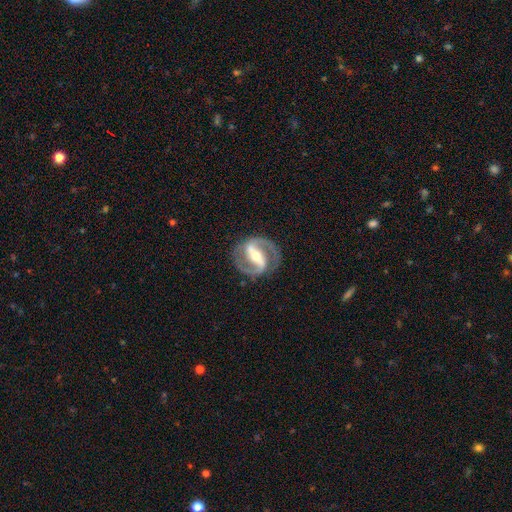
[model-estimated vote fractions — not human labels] smooth_or_featured: featured or disk (p=0.91) [alt: smooth p=0.05]
disk_edge_on: no (p=0.97) [alt: yes p=0.03]
bar: strong (p=0.72) [alt: weak p=0.20]
has_spiral_arms: yes (p=0.96) [alt: no p=0.04]
spiral_winding: medium (p=0.58) [alt: tight p=0.28]
spiral_arm_count: 2 (p=0.93) [alt: can't tell p=0.02]
bulge_size: moderate (p=0.54) [alt: small p=0.37]
merging: none (p=0.84) [alt: minor disturbance p=0.10]